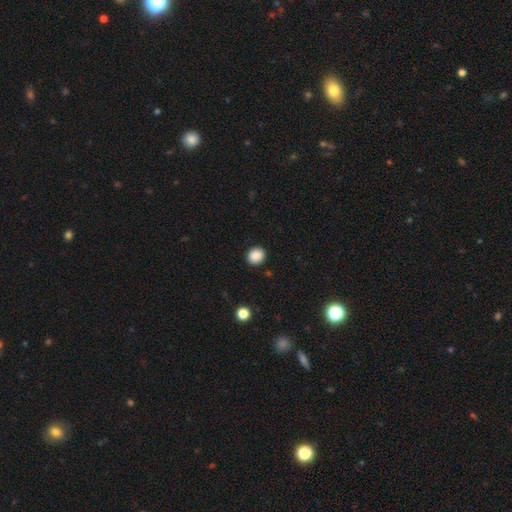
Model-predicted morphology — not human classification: A smooth galaxy with no disk features (88%) that is round (79%). Merging: none (91%).